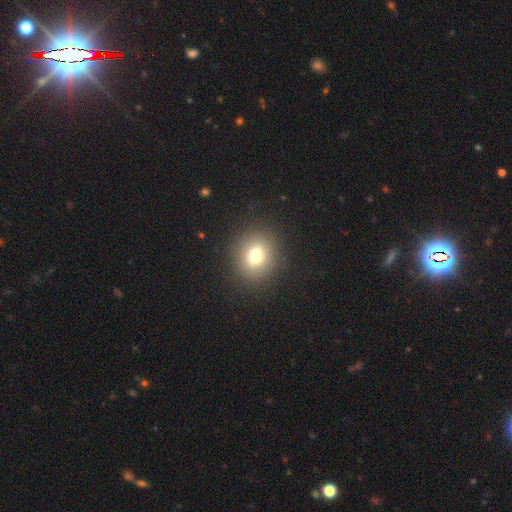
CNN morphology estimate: A smooth galaxy with no disk features (73%) that is round (78%). Merging: none (89%).